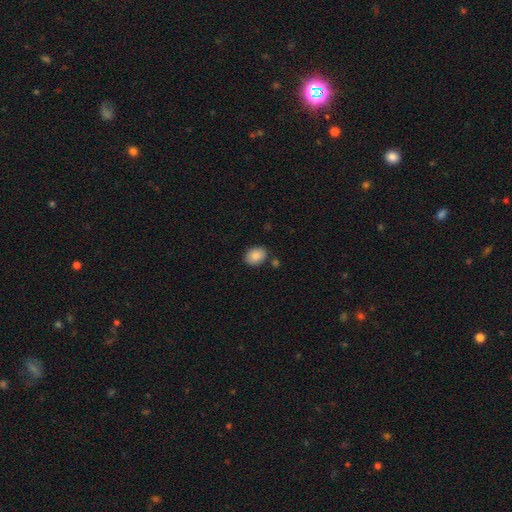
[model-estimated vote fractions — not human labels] Smooth or featured?
  - smooth: 87% *
  - star or artifact: 8%
  - featured or disk: 6%
How rounded?
  - in between: 64% *
  - round: 35%
  - cigar-shaped: 1%
Merging?
  - none: 80% *
  - minor disturbance: 11%
  - merger: 6%
  - major disturbance: 3%